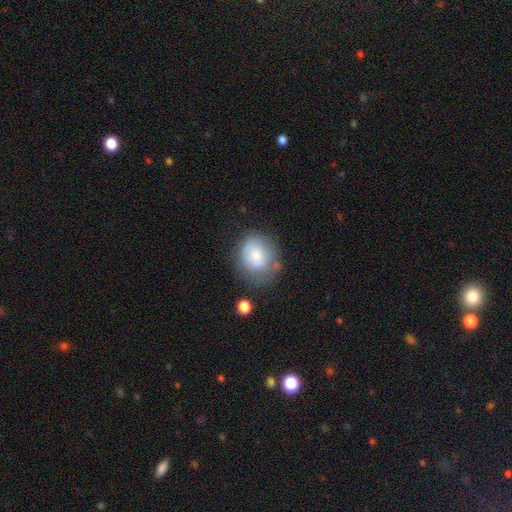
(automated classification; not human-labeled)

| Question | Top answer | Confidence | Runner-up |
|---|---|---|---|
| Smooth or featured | smooth | 72% | featured or disk (20%) |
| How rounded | round | 60% | in between (39%) |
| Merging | none | 55% | minor disturbance (27%) |